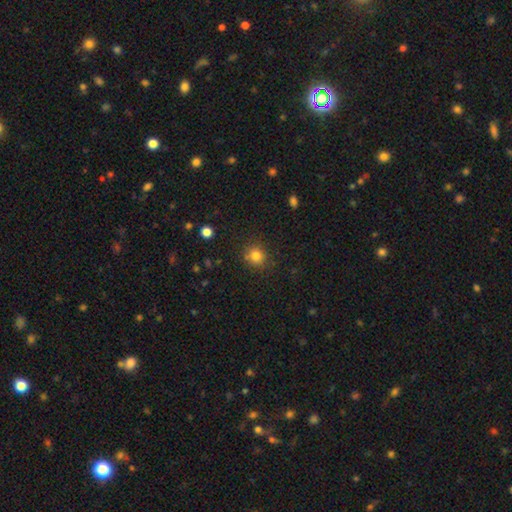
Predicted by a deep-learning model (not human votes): Smooth or featured? Predicted: smooth (p=0.81). How rounded? Predicted: round (p=0.87). Merging? Predicted: none (p=0.81).